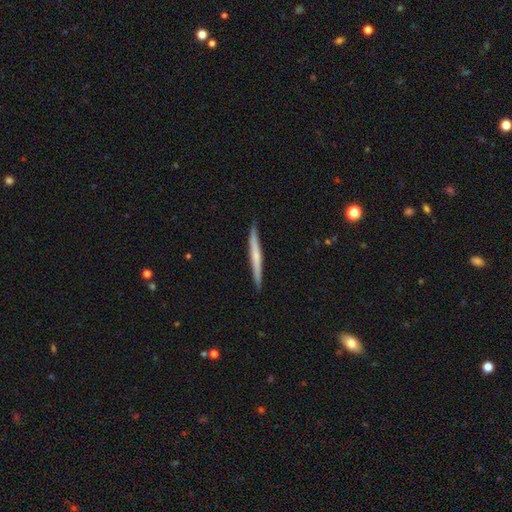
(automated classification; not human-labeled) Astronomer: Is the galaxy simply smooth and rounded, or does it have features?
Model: featured or disk — 51% (runner-up: smooth, 43%).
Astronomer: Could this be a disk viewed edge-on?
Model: yes — 97%.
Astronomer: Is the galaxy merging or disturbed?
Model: none — 90%.